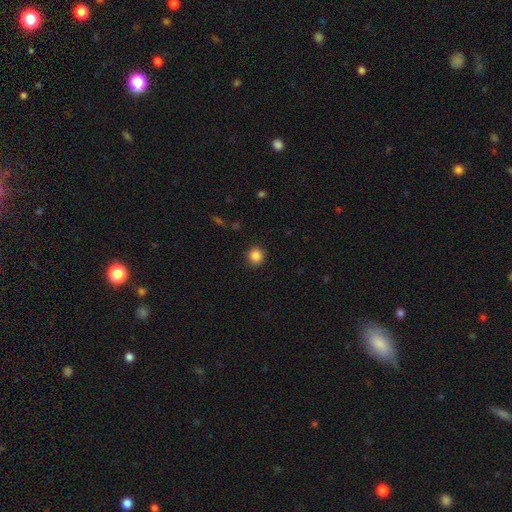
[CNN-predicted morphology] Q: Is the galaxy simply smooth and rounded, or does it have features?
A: smooth — 86%.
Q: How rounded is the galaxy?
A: round — 90%.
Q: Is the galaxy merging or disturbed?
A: none — 91%.